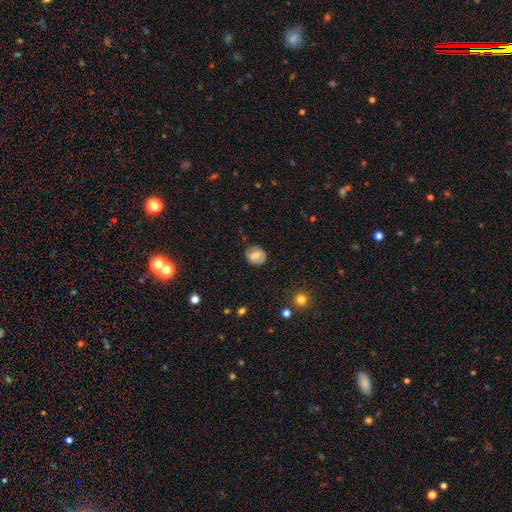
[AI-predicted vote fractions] Smooth or featured? Predicted: smooth (p=0.60). How rounded? Predicted: round (p=0.64). Merging? Predicted: none (p=0.80).